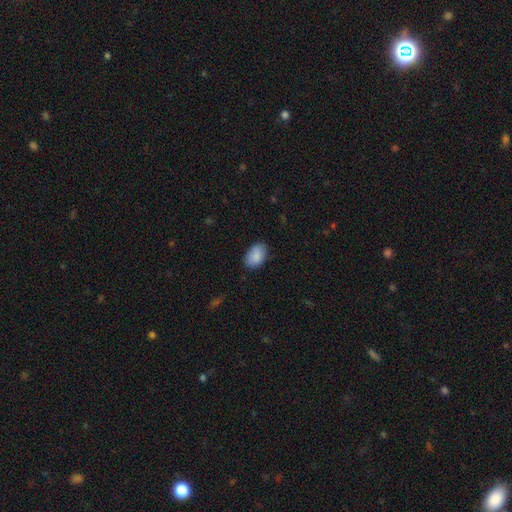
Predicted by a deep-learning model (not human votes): A smooth galaxy with no disk features (87%) that is in between round and cigar-shaped (89%). Merging: none (79%).